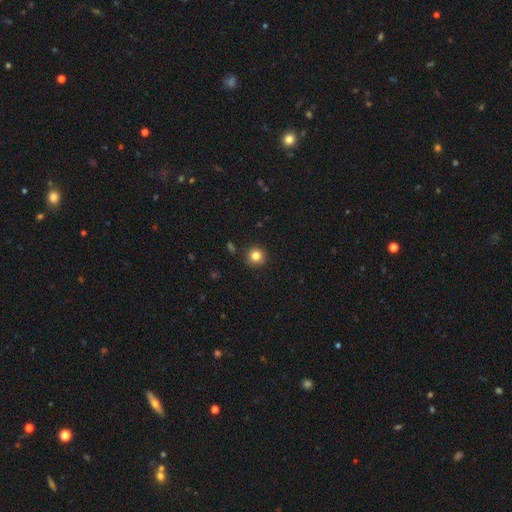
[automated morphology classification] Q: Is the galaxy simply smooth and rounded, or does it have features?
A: smooth — 82%.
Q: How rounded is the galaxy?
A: round — 94%.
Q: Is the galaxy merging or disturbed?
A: none — 91%.